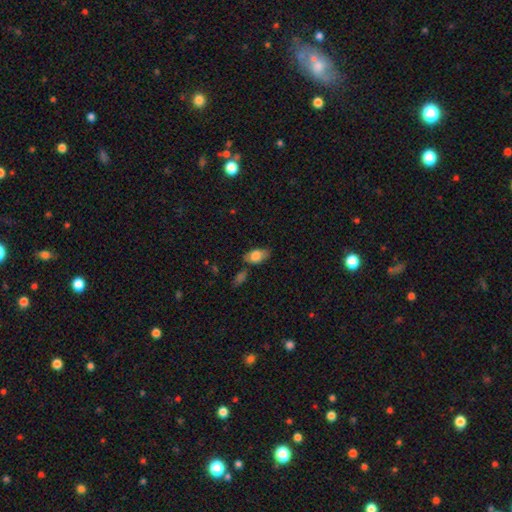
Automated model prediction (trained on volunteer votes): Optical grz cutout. It shows a smooth galaxy with no disk features (77%) that is in between round and cigar-shaped (90%). Merging: none (67%).